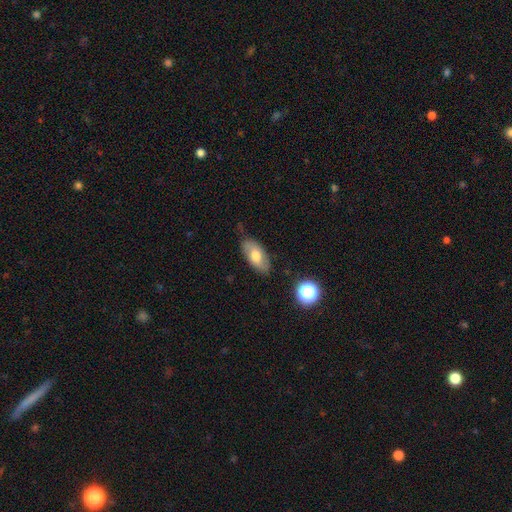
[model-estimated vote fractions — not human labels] Smooth or featured? Predicted: smooth (p=0.64). How rounded? Predicted: in between (p=0.91). Merging? Predicted: none (p=0.77).